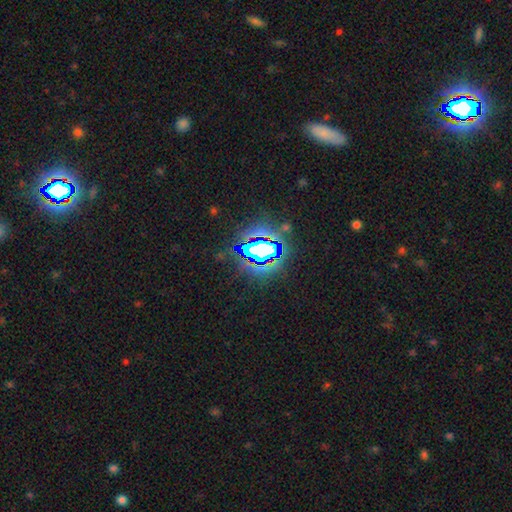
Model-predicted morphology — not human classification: Smooth or featured: star or artifact — 78% (smooth — 13%)